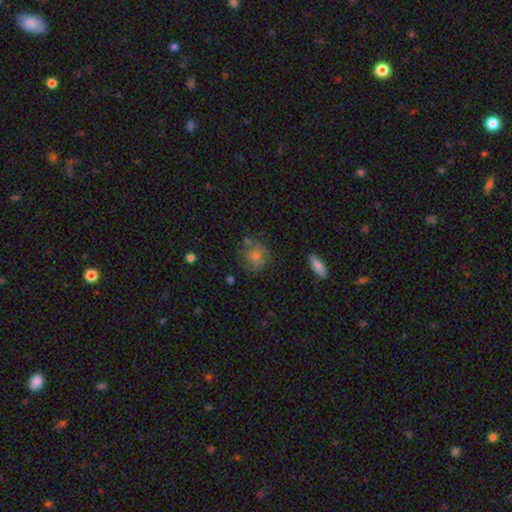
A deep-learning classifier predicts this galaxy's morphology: A smooth galaxy with no disk features (61%) that is round (79%). Merging: none (69%).